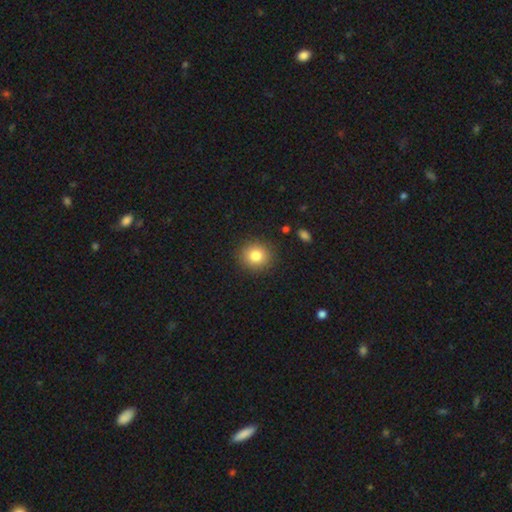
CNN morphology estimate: type=smooth (81%); roundness=round (85%); merging=none (89%).